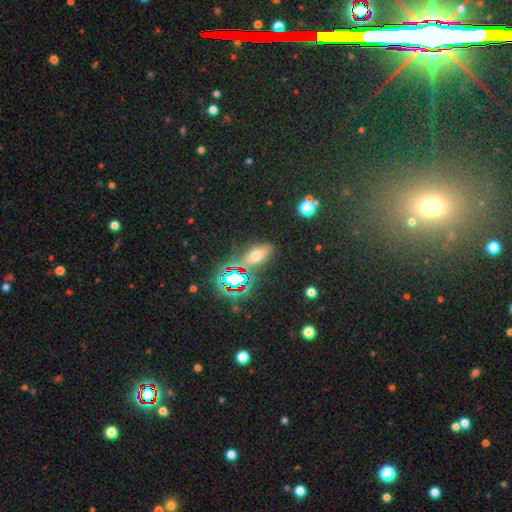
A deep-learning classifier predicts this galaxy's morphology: smooth_or_featured: smooth (p=0.51) [alt: star or artifact p=0.33]
how_rounded: in between (p=0.67) [alt: cigar-shaped p=0.22]
merging: none (p=0.78) [alt: minor disturbance p=0.12]